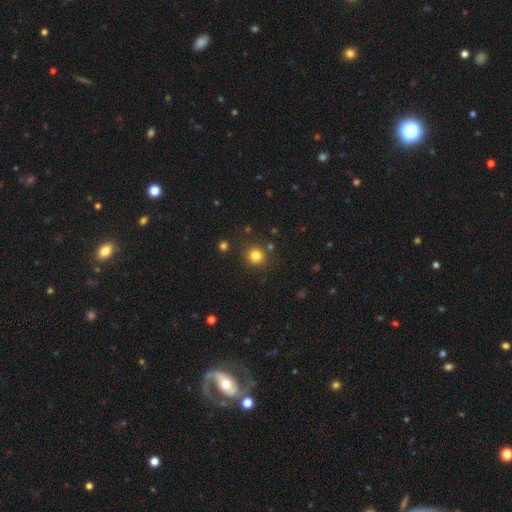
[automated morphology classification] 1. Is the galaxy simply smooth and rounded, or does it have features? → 81% smooth, 13% star or artifact, 5% featured or disk.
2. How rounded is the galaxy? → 92% round, 7% in between, 1% cigar-shaped.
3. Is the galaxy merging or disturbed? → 87% none, 7% minor disturbance, 4% merger, 3% major disturbance.